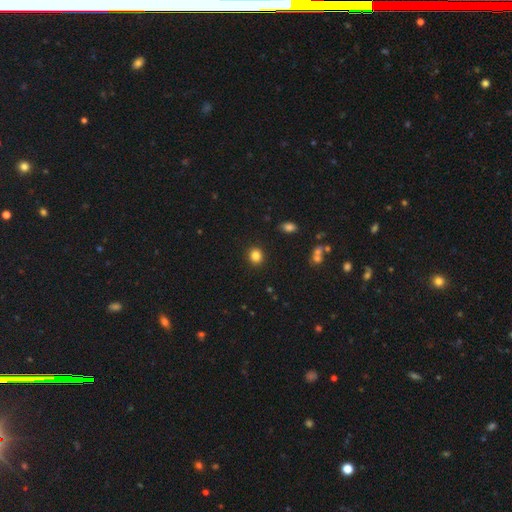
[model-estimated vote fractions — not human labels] Smooth or featured? Predicted: smooth (p=0.84). How rounded? Predicted: round (p=0.75). Merging? Predicted: none (p=0.91).